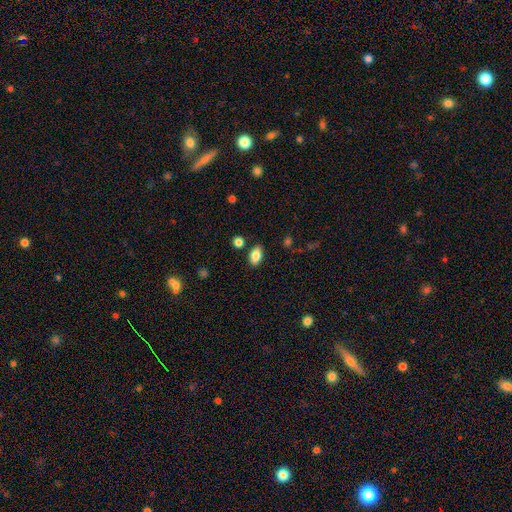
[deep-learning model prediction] Smooth or featured? smooth (83%)
How rounded? in between (89%)
Merging? none (84%)